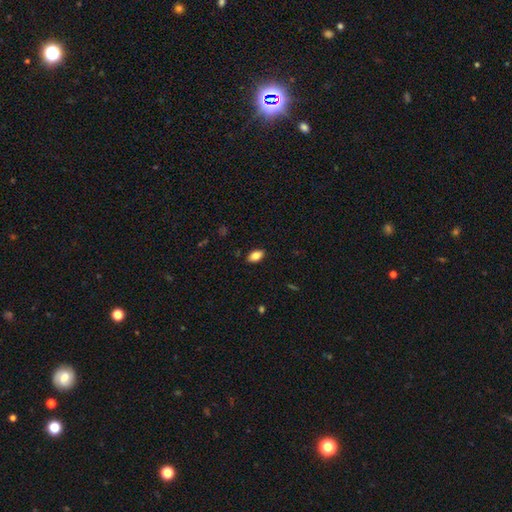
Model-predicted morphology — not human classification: type=smooth (83%); roundness=in between (91%); merging=none (88%).